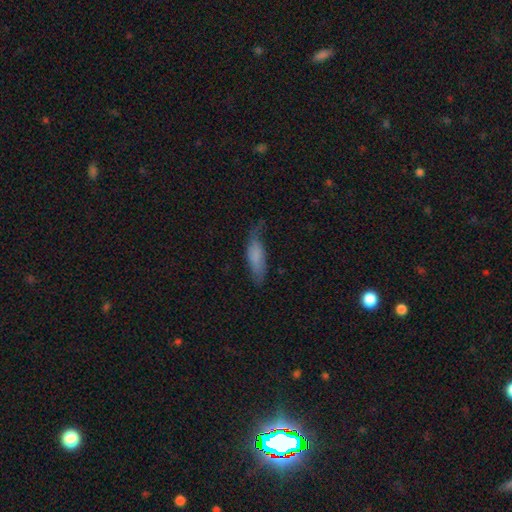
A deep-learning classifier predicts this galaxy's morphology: This is likely a smooth galaxy (68%). How rounded: possibly in between (54%). Merging: possibly none (51%).